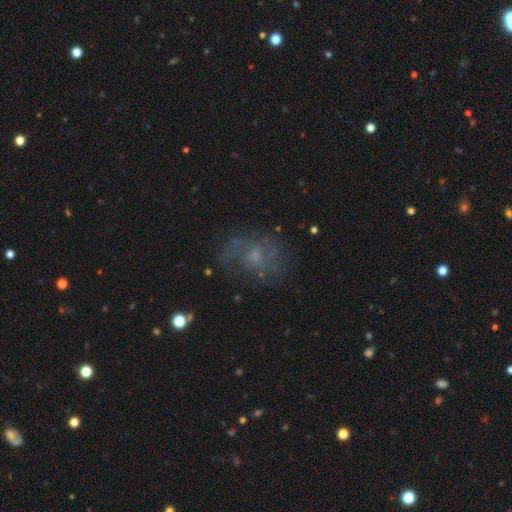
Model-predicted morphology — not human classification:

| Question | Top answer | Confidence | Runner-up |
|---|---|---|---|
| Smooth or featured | featured or disk | 58% | smooth (26%) |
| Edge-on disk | no | 97% | yes (3%) |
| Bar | no | 70% | weak (26%) |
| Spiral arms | yes | 72% | no (28%) |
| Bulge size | small | 55% | moderate (29%) |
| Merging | none | 62% | minor disturbance (19%) |